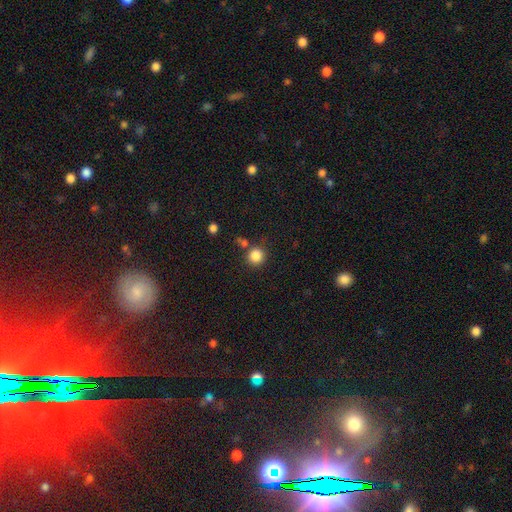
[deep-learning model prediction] smooth_or_featured: smooth (p=0.85) [alt: star or artifact p=0.11]
how_rounded: round (p=0.92) [alt: in between p=0.07]
merging: none (p=0.79) [alt: merger p=0.09]